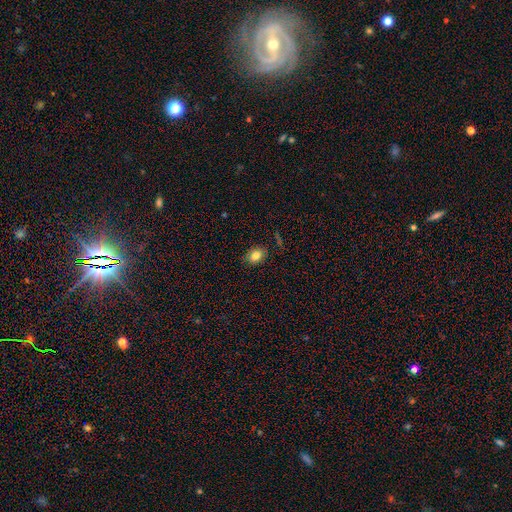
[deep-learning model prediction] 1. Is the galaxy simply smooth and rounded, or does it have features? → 82% smooth, 10% star or artifact, 8% featured or disk.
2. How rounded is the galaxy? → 62% in between, 37% round, 1% cigar-shaped.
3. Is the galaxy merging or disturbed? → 85% none, 11% minor disturbance, 2% major disturbance, 1% merger.